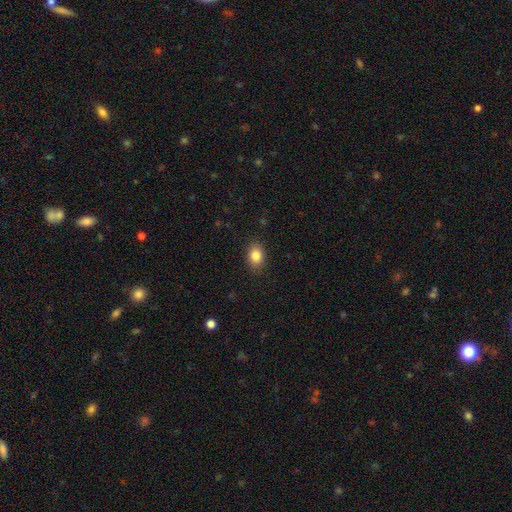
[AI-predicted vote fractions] smooth 85%, star or artifact 9%, featured or disk 6%. Down the decision tree: how rounded — in between (73%); merging — none (87%).